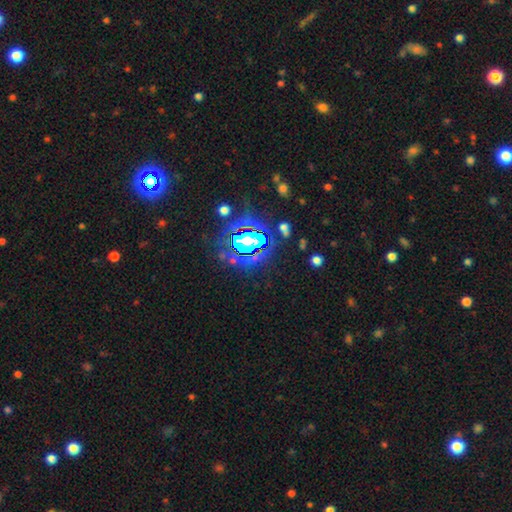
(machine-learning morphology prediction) A star or artifact, not a galaxy (78%).